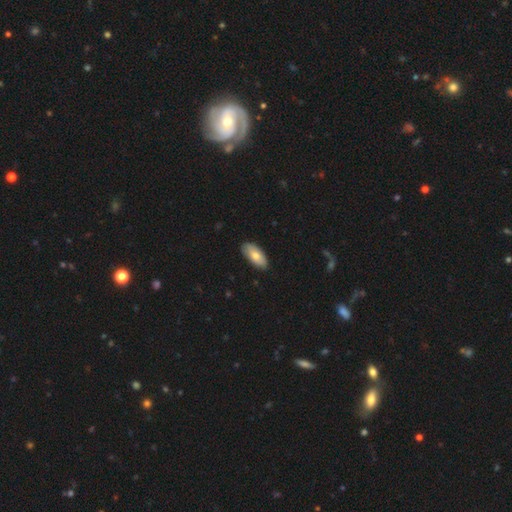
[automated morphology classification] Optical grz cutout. It shows a smooth galaxy with no disk features (75%) that is in between round and cigar-shaped (89%). Merging: none (84%).